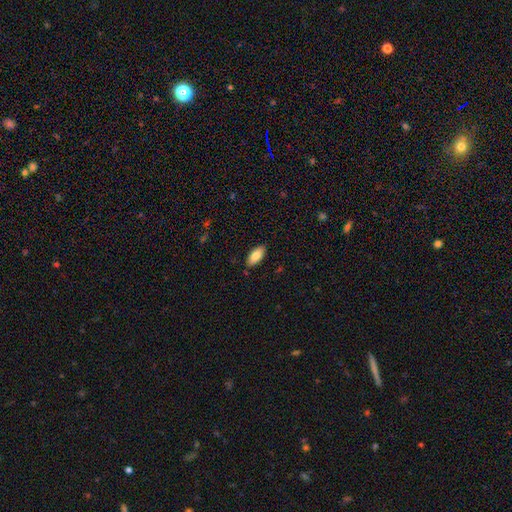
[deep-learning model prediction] Q: Smooth or featured?
A: smooth (84%); runner-up: featured or disk (10%)
Q: How rounded?
A: in between (89%); runner-up: cigar-shaped (9%)
Q: Merging?
A: none (85%); runner-up: minor disturbance (11%)